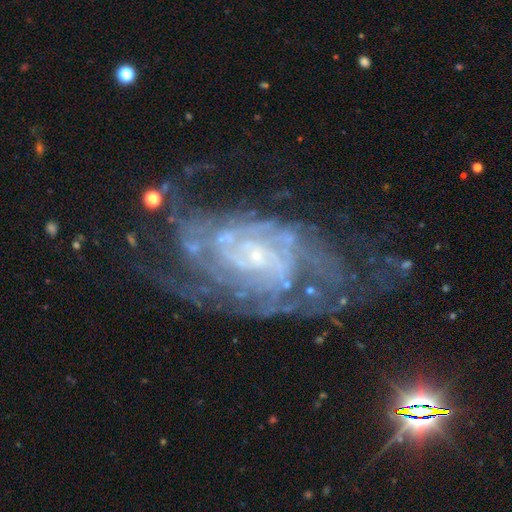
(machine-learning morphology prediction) This appears to be a featured or disk galaxy (87%) with no bar (61%), tight (59%) spiral arms (94%) and a small central bulge (76%). Merging: none (58%).